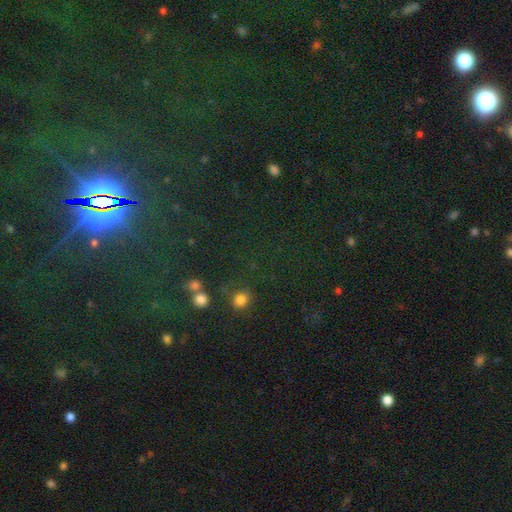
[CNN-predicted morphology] Smooth or featured? star or artifact (80%)